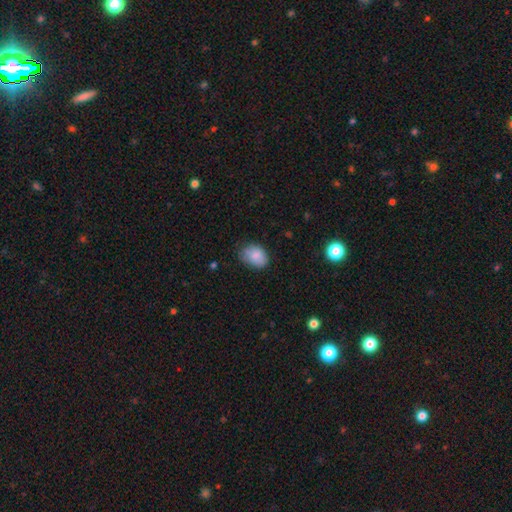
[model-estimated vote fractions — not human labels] Overall: smooth (84%). How rounded: in between (76%). Merging: none (68%).